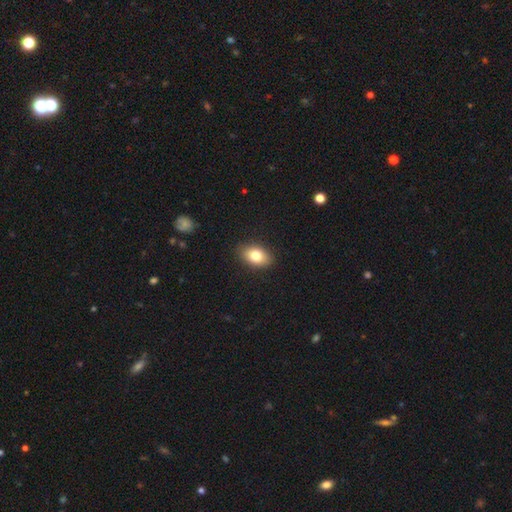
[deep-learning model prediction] smooth-or-featured: smooth: 80% | featured or disk: 12% | star or artifact: 8%
  how-rounded: in between: 87% | round: 11% | cigar-shaped: 2%
  merging: none: 88% | minor disturbance: 9% | major disturbance: 2% | merger: 1%